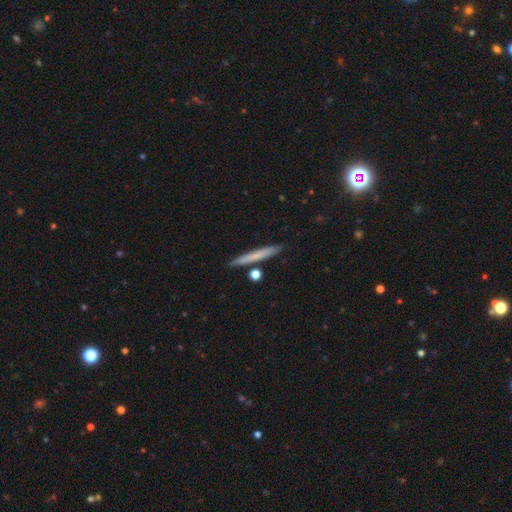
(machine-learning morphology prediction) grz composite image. It shows a smooth galaxy with no disk features (65%) that is cigar-shaped (96%). Merging: none (86%).